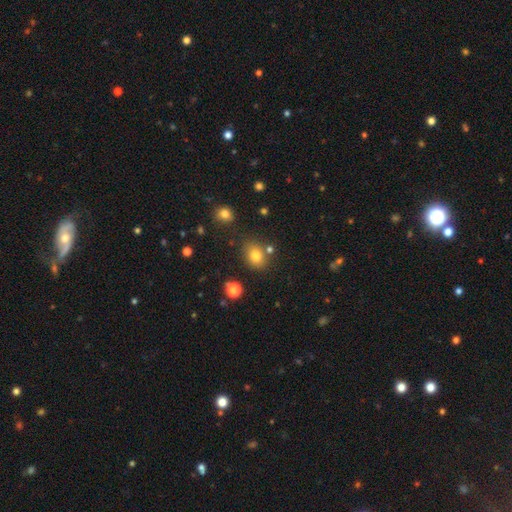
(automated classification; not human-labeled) smooth-or-featured: smooth: 79% | star or artifact: 13% | featured or disk: 8%
  how-rounded: round: 54% | in between: 45% | cigar-shaped: 1%
  merging: none: 76% | minor disturbance: 13% | merger: 8% | major disturbance: 4%